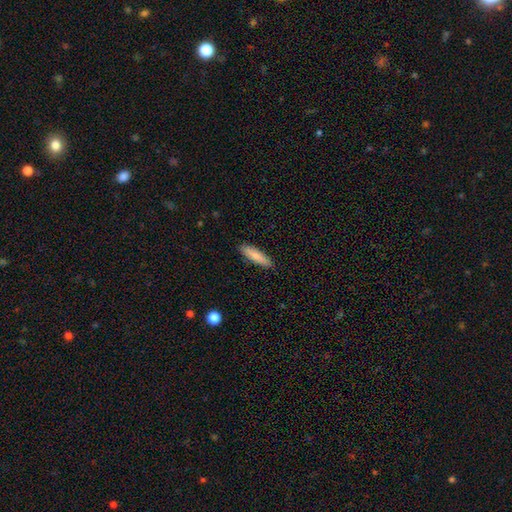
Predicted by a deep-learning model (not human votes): smooth-or-featured: smooth: 79% | featured or disk: 15% | star or artifact: 6%
  how-rounded: cigar-shaped: 69% | in between: 29% | round: 2%
  merging: none: 89% | minor disturbance: 8% | major disturbance: 2% | merger: 1%